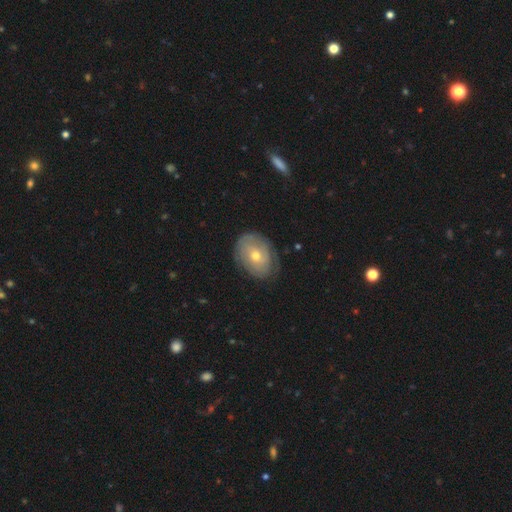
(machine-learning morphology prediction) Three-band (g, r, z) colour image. It shows a featured or disk galaxy (53%). Merging: none (72%).